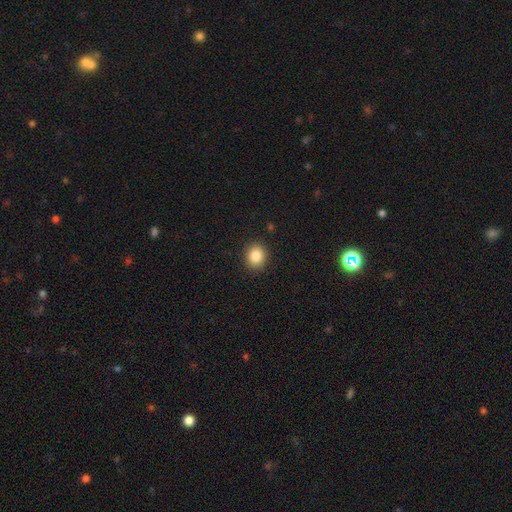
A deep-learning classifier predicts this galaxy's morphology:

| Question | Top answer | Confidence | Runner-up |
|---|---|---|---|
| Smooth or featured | smooth | 86% | star or artifact (9%) |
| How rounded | round | 68% | in between (31%) |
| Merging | none | 90% | minor disturbance (7%) |